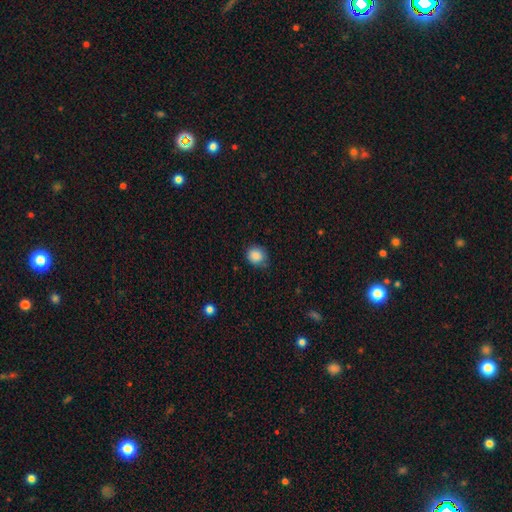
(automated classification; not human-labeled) A smooth galaxy with no disk features (87%) that is round (80%).

Vote fractions:
- Smooth or featured? smooth: 87% / star or artifact: 9% / featured or disk: 4%
- How rounded? round: 80% / in between: 19% / cigar-shaped: 1%
- Merging? none: 72% / minor disturbance: 23% / major disturbance: 4% / merger: 1%